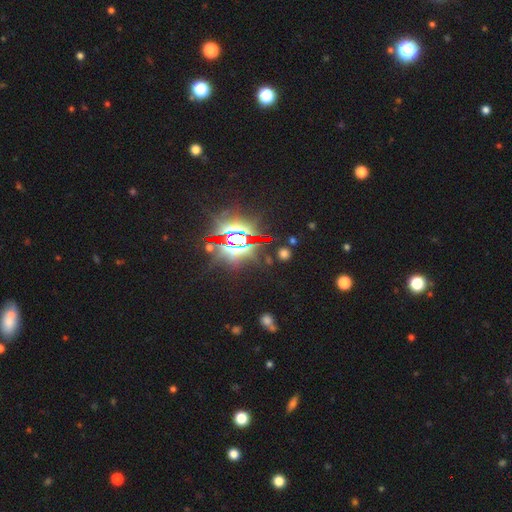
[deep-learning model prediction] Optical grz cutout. It shows a star or artifact, not a galaxy (86%).